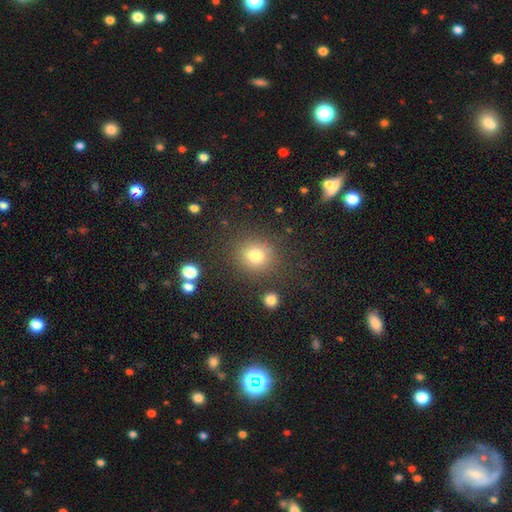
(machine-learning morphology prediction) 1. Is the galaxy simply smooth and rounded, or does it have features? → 79% smooth, 14% star or artifact, 8% featured or disk.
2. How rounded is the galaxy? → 85% round, 14% in between, 1% cigar-shaped.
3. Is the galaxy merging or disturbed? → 83% none, 9% minor disturbance, 4% major disturbance, 4% merger.